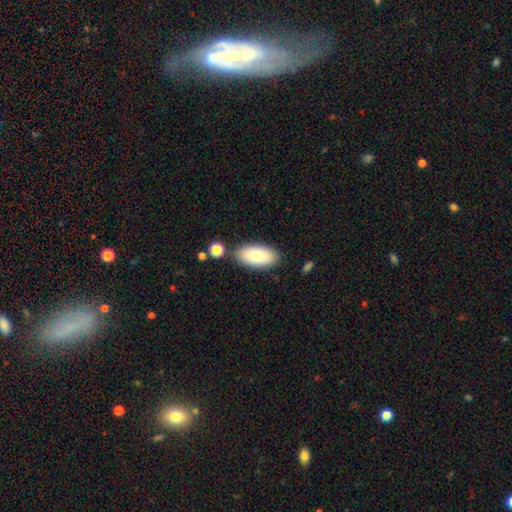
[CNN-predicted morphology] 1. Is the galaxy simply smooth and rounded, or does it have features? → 79% smooth, 14% featured or disk, 7% star or artifact.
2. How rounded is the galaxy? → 94% in between, 3% cigar-shaped, 3% round.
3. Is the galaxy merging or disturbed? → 83% none, 10% minor disturbance, 5% merger, 2% major disturbance.